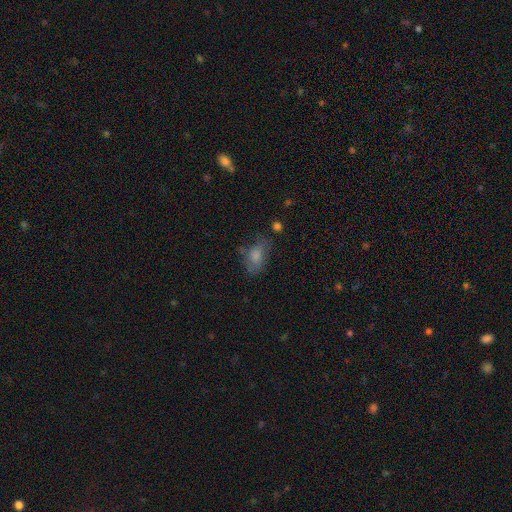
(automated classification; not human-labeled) Smooth or featured: smooth — 74% (featured or disk — 16%)
How rounded: in between — 85% (round — 13%)
Merging: none — 48% (minor disturbance — 29%)